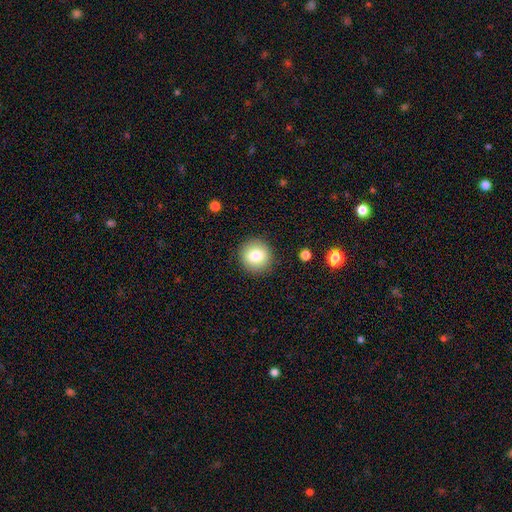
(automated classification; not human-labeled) Q: Smooth or featured?
A: smooth (80%); runner-up: featured or disk (11%)
Q: How rounded?
A: round (92%); runner-up: in between (7%)
Q: Merging?
A: none (90%); runner-up: minor disturbance (7%)